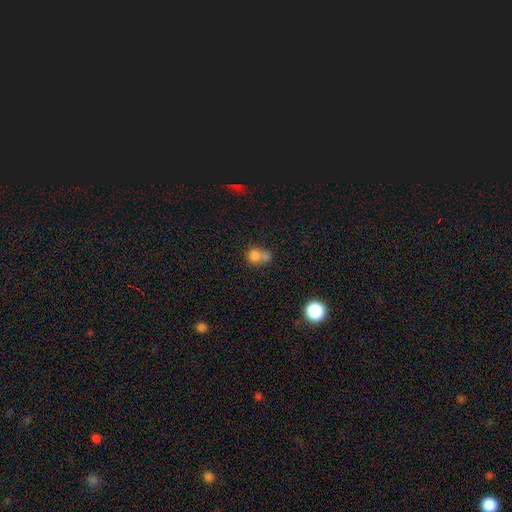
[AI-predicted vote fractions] Morphology: type=smooth (74%); roundness=round (64%); merging=merger (56%).